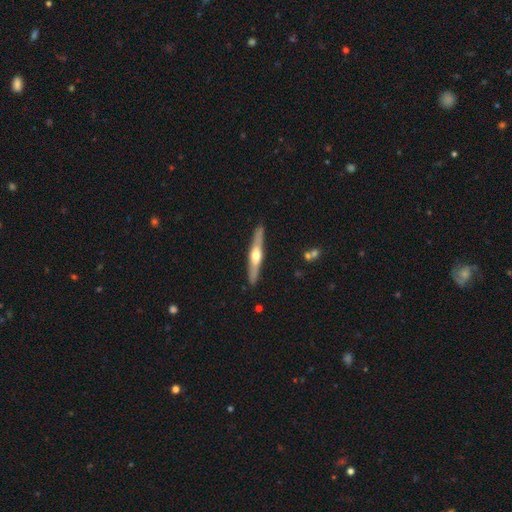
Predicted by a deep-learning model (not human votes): smooth_or_featured: featured or disk (p=0.67) [alt: smooth p=0.28]
disk_edge_on: yes (p=0.96) [alt: no p=0.04]
edge_on_bulge: rounded (p=0.91) [alt: none p=0.05]
merging: none (p=0.90) [alt: minor disturbance p=0.07]